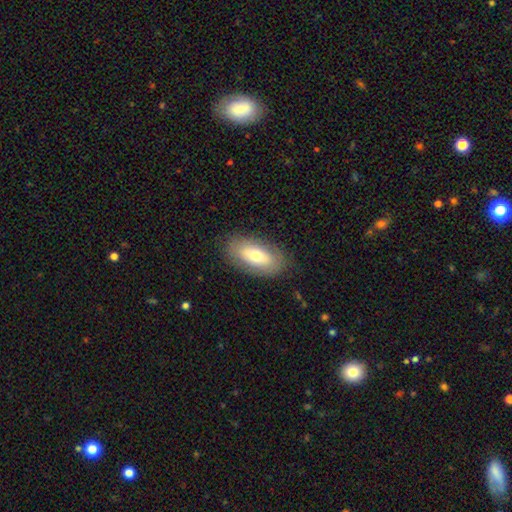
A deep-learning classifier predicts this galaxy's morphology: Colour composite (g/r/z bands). It shows a smooth galaxy with no disk features (67%) that is in between round and cigar-shaped (91%). Merging: none (85%).